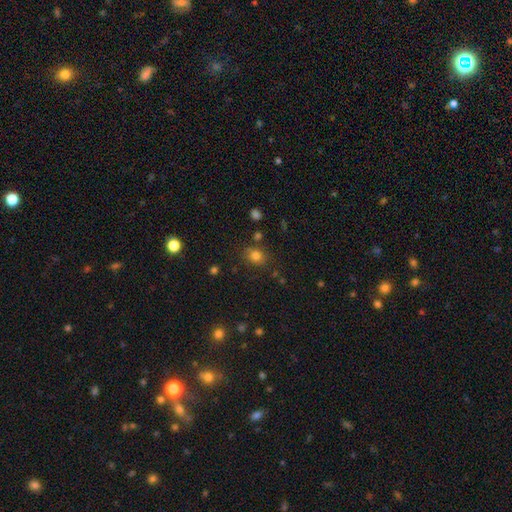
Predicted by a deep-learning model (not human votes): A smooth galaxy with no disk features (79%) that is round (60%).

Vote fractions:
- Smooth or featured? smooth: 79% / star or artifact: 14% / featured or disk: 7%
- How rounded? round: 60% / in between: 39% / cigar-shaped: 1%
- Merging? none: 80% / minor disturbance: 12% / merger: 5% / major disturbance: 4%